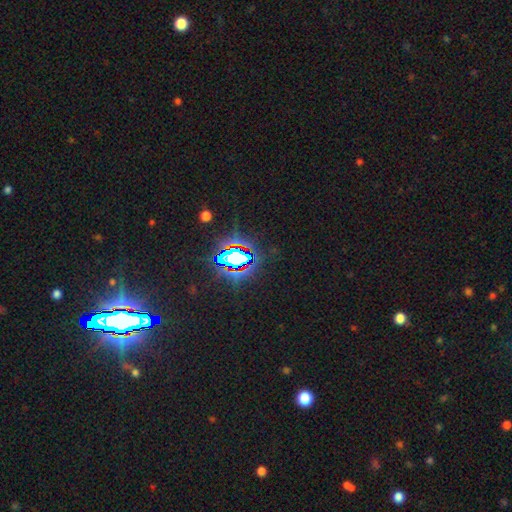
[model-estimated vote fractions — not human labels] This is clearly a star or artifact rather than a galaxy (85%).